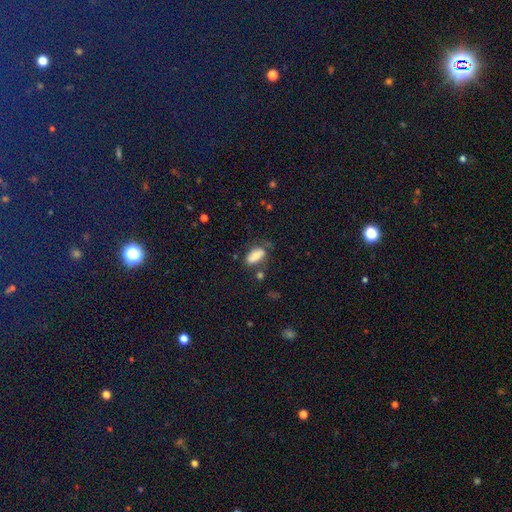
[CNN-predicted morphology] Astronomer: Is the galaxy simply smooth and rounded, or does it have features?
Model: smooth — 70%.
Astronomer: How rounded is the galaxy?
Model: in between — 87%.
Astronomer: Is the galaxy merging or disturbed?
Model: none — 56%.